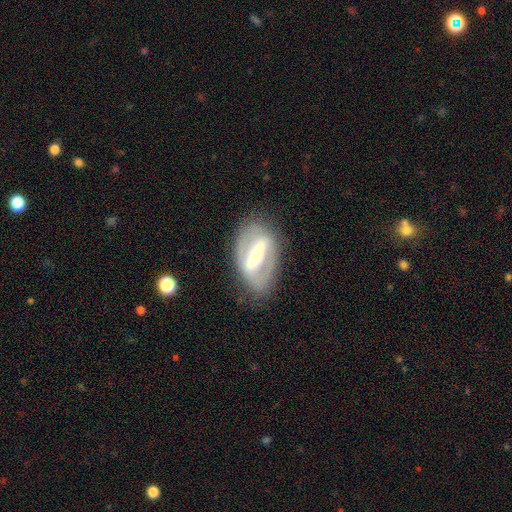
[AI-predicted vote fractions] smooth-or-featured: featured or disk: 75% | smooth: 18% | star or artifact: 6%
  disk-edge-on: no: 90% | yes: 10%
    bar: strong: 73% | weak: 19% | no: 8%
    has-spiral-arms: yes: 55% | no: 45%
    bulge-size: moderate: 46% | small: 43% | large: 7% | none: 2% | dominant: 2%
  merging: none: 75% | minor disturbance: 16% | major disturbance: 8% | merger: 1%